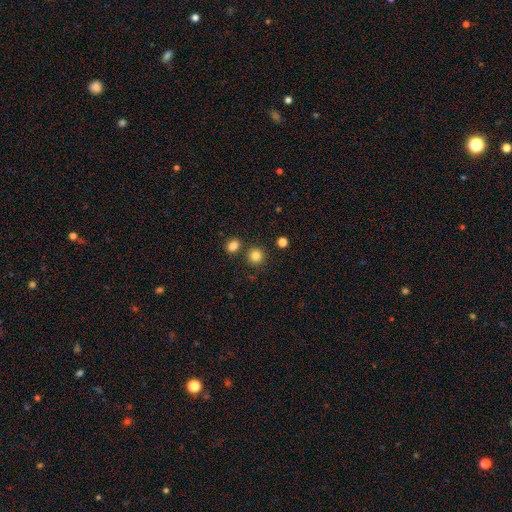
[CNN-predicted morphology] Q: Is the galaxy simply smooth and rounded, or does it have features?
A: smooth — 83%.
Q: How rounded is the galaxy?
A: round — 90%.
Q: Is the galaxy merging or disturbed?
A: none — 81%.